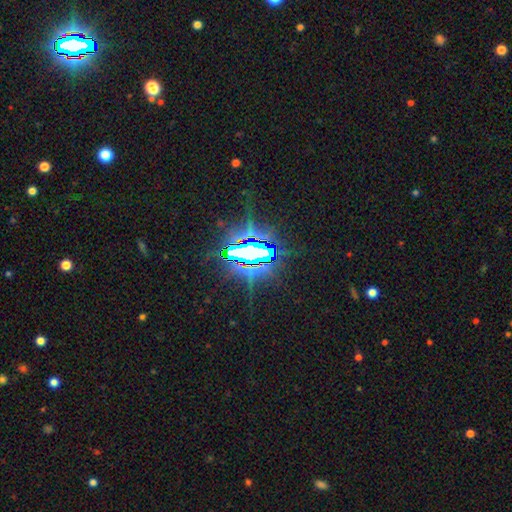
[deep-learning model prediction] Smooth or featured? star or artifact (79%)